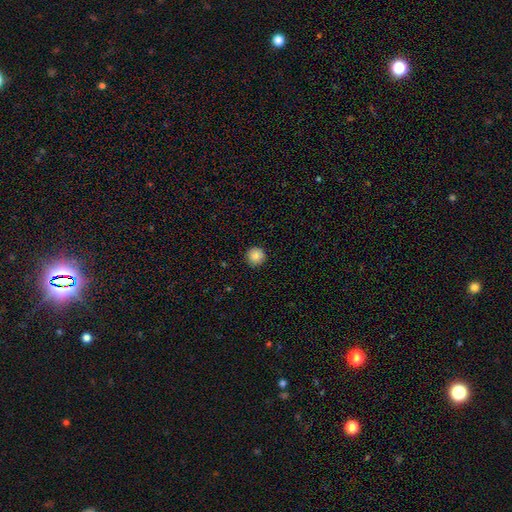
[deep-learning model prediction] Smooth or featured? smooth (86%)
How rounded? round (96%)
Merging? none (91%)